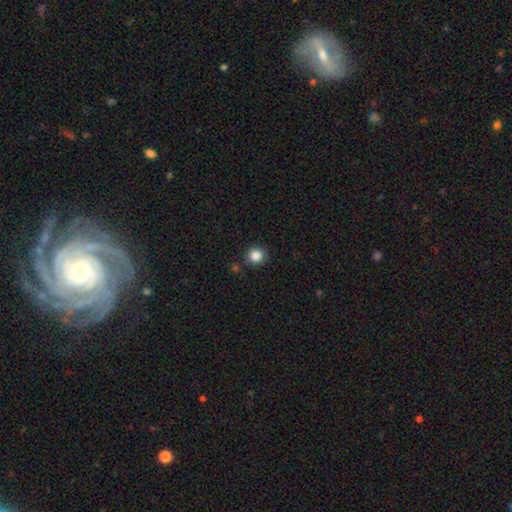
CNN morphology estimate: Overall: smooth (85%). How rounded: round (91%). Merging: none (87%).